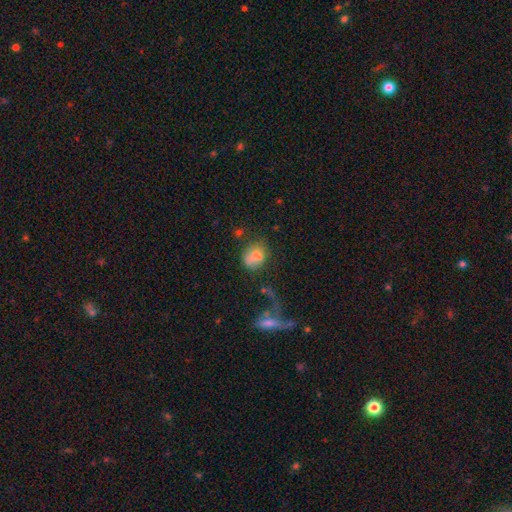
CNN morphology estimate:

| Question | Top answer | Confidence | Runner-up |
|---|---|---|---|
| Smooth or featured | smooth | 70% | featured or disk (18%) |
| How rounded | in between | 50% | round (48%) |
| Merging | none | 40% | merger (26%) |